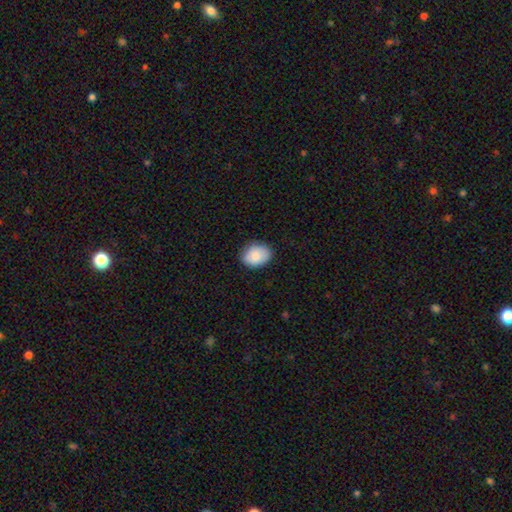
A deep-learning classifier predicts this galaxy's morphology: Smooth or featured?
  - smooth: 86% *
  - featured or disk: 8%
  - star or artifact: 6%
How rounded?
  - in between: 62% *
  - round: 37%
  - cigar-shaped: 1%
Merging?
  - none: 84% *
  - minor disturbance: 12%
  - major disturbance: 2%
  - merger: 1%